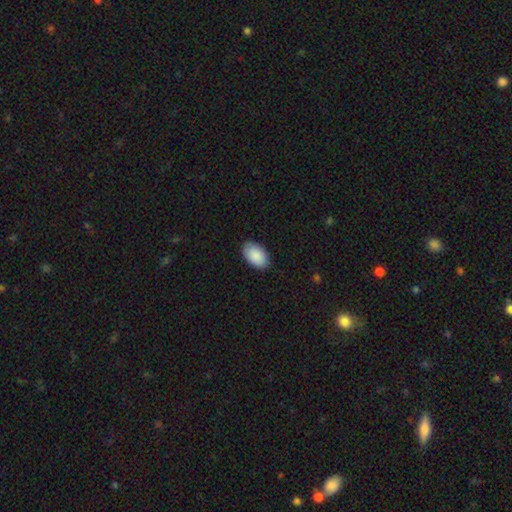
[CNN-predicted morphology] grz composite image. It shows a smooth galaxy with no disk features (90%) that is in between round and cigar-shaped (94%). Merging: none (87%).